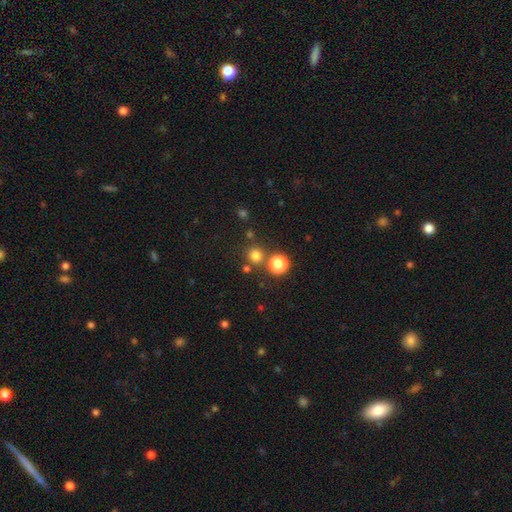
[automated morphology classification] smooth-or-featured: smooth: 74% | star or artifact: 20% | featured or disk: 5%
  how-rounded: round: 92% | in between: 7% | cigar-shaped: 1%
  merging: none: 78% | merger: 12% | minor disturbance: 7% | major disturbance: 3%